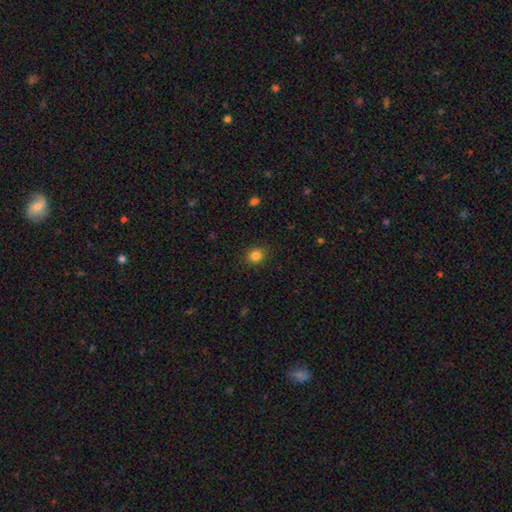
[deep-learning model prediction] Smooth or featured: smooth — 84% (star or artifact — 12%)
How rounded: round — 83% (in between — 16%)
Merging: none — 90% (minor disturbance — 6%)